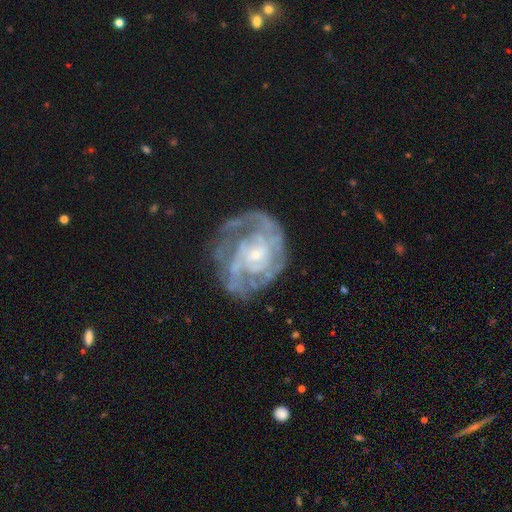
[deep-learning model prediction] The model was most divided on "spiral arm count": can't tell: 37%, 2: 21%, 3: 20%, 4: 10%, 1: 6%, more than 4: 6%. More confident: edge-on disk — no (97%); spiral arms — yes (91%); smooth or featured — featured or disk (84%); bar — no (71%); bulge size — small (67%); merging — none (65%); spiral winding — tight (62%).